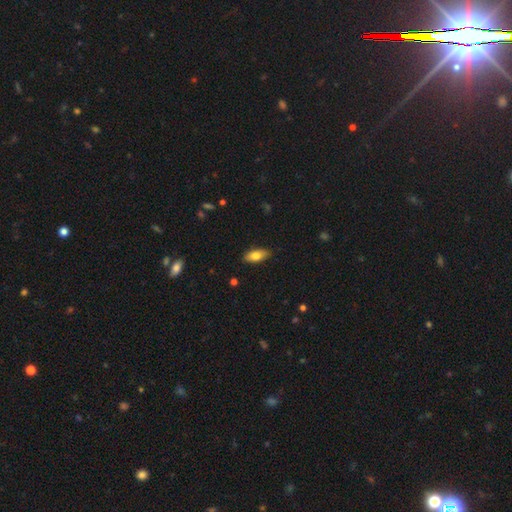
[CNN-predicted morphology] smooth_or_featured: smooth (p=0.76) [alt: featured or disk p=0.18]
how_rounded: in between (p=0.84) [alt: cigar-shaped p=0.13]
merging: none (p=0.86) [alt: minor disturbance p=0.11]